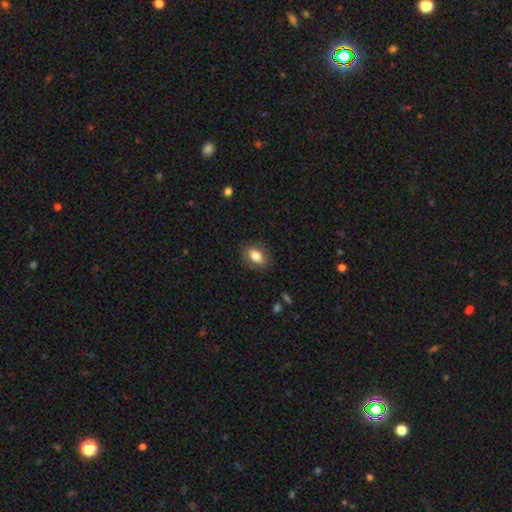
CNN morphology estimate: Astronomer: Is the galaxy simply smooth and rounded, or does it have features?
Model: smooth — 79%.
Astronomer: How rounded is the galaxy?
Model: in between — 80%.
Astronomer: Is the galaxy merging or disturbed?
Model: none — 84%.